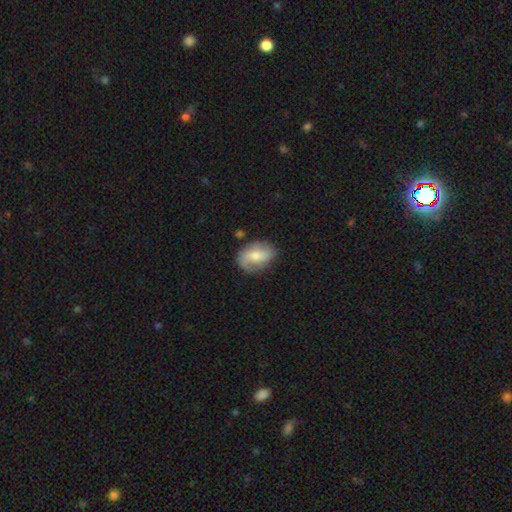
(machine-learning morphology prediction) This is possibly a featured or disk galaxy (52%). It is clearly not viewed edge-on (95%). Merging: likely none (72%).